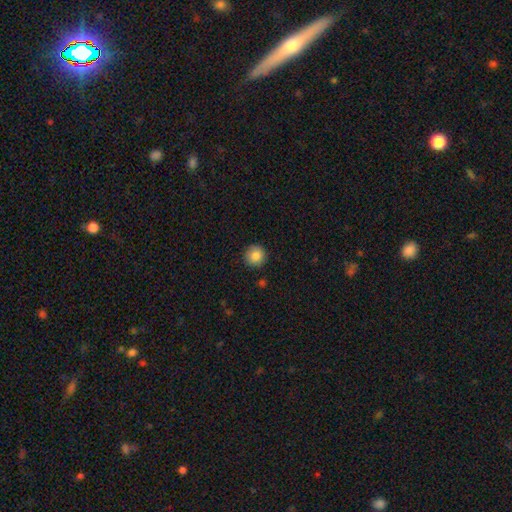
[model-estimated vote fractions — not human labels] Smooth or featured?
  - smooth: 85% *
  - star or artifact: 9%
  - featured or disk: 6%
How rounded?
  - round: 95% *
  - in between: 4%
  - cigar-shaped: 1%
Merging?
  - none: 90% *
  - minor disturbance: 7%
  - major disturbance: 2%
  - merger: 1%